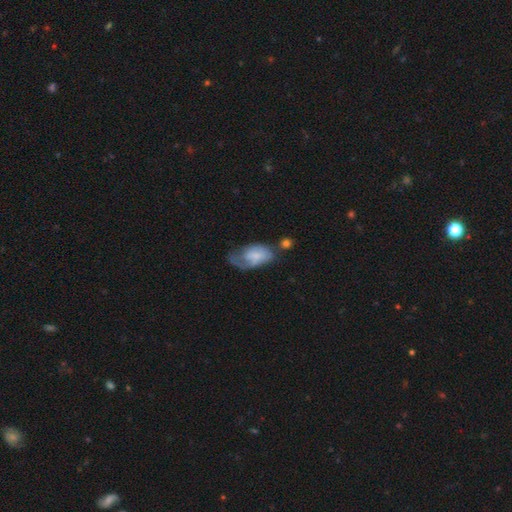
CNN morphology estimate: featured or disk 50%, smooth 43%, star or artifact 7%. Down the decision tree: merging — none (31%, tied with major disturbance).